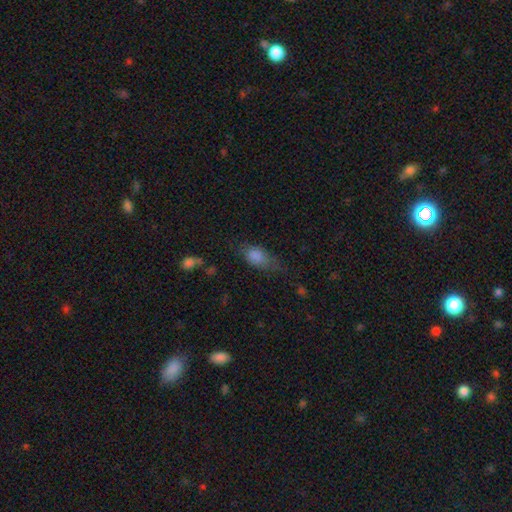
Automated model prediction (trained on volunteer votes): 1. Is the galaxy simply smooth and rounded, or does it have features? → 76% smooth, 13% featured or disk, 11% star or artifact.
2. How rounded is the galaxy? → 78% in between, 12% round, 11% cigar-shaped.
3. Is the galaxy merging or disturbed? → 50% none, 30% minor disturbance, 17% major disturbance, 3% merger.